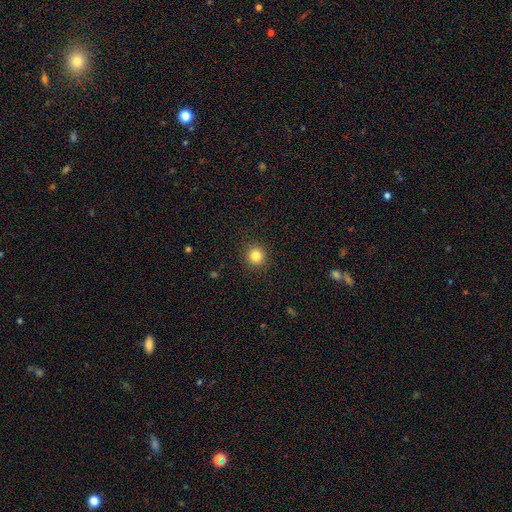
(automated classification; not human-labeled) Smooth or featured?
  - smooth: 83% *
  - star or artifact: 12%
  - featured or disk: 5%
How rounded?
  - round: 94% *
  - in between: 5%
  - cigar-shaped: 1%
Merging?
  - none: 92% *
  - minor disturbance: 5%
  - major disturbance: 2%
  - merger: 1%